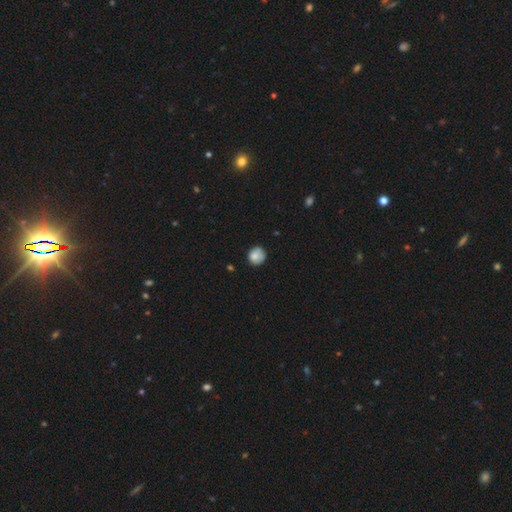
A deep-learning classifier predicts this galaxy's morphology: Smooth or featured?
  - smooth: 81% *
  - featured or disk: 11%
  - star or artifact: 9%
How rounded?
  - round: 83% *
  - in between: 17%
  - cigar-shaped: 1%
Merging?
  - none: 69% *
  - minor disturbance: 24%
  - major disturbance: 5%
  - merger: 2%